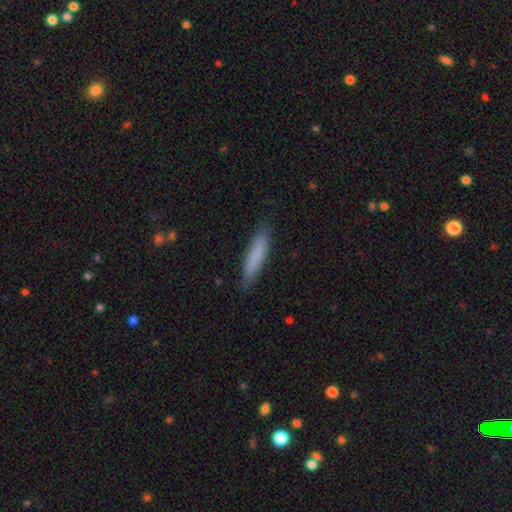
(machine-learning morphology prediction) Overall: smooth (80%). How rounded: cigar-shaped (89%). Merging: none (85%).